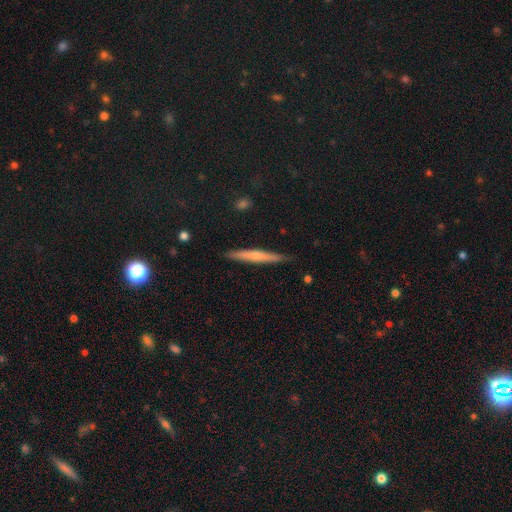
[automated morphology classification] This appears to be a smooth galaxy with no disk features (52%) that is cigar-shaped (95%). Merging: none (86%).